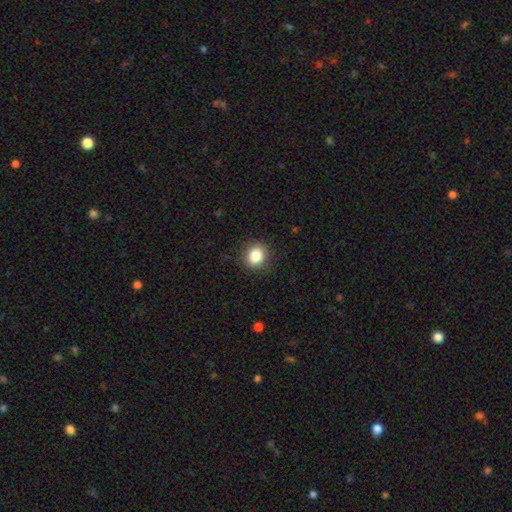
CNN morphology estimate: A smooth galaxy with no disk features (85%) that is round (81%). Merging: none (90%).